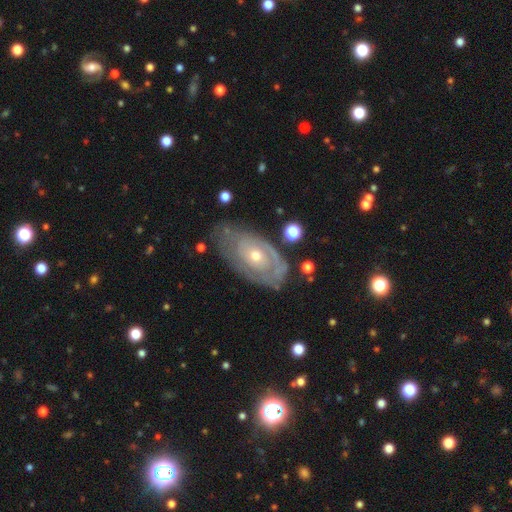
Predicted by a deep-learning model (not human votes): A featured or disk galaxy (77%) with no bar (81%), tight (75%) spiral arms (73%) and a small central bulge (57%). Merging: none (74%).